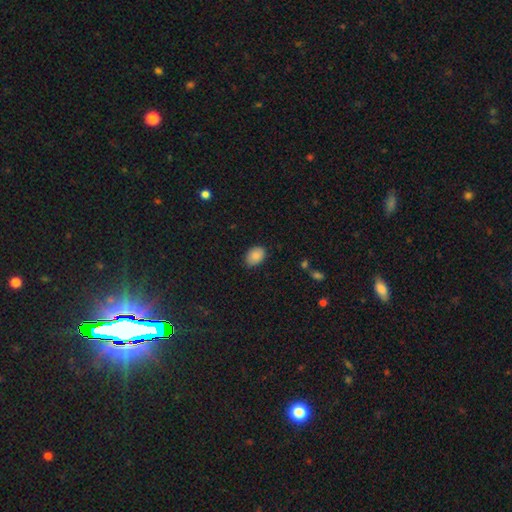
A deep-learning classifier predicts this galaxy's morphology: smooth-or-featured: smooth: 87% | star or artifact: 8% | featured or disk: 6%
  how-rounded: in between: 80% | round: 19% | cigar-shaped: 1%
  merging: none: 85% | minor disturbance: 11% | major disturbance: 2% | merger: 1%